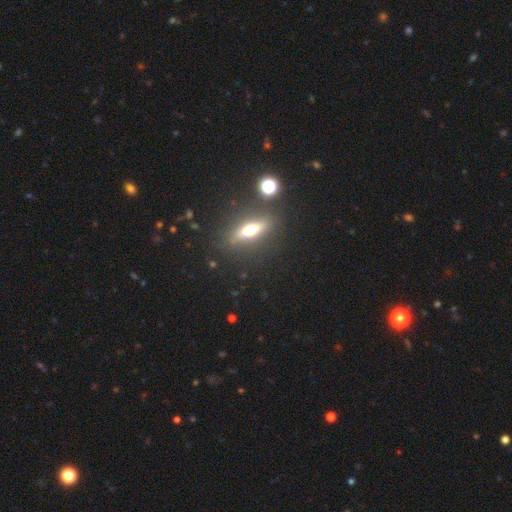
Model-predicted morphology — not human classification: Smooth or featured: featured or disk — 53% (smooth — 28%)
Edge-on disk: yes — 84% (no — 16%)
Merging: none — 81% (minor disturbance — 9%)